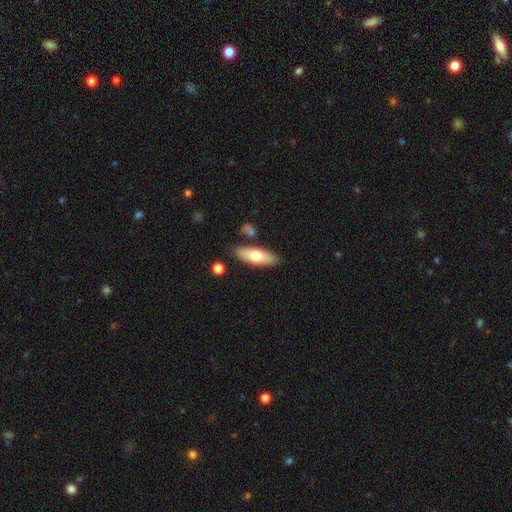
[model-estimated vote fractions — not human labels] Overall: smooth (64%; featured or disk 30%). How rounded: in between (61%; cigar-shaped 37%). Merging: none (82%).